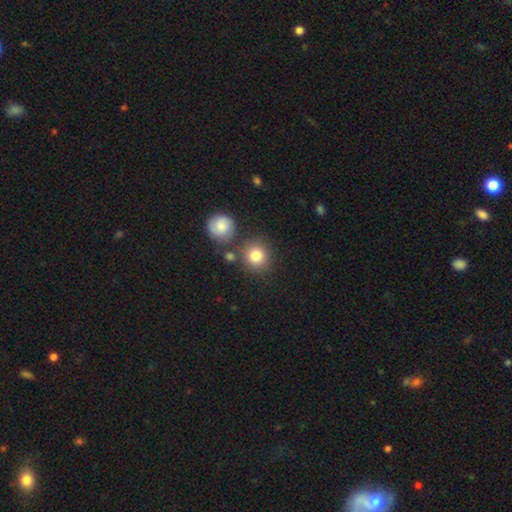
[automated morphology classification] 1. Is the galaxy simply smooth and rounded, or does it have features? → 81% smooth, 10% star or artifact, 8% featured or disk.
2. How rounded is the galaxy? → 90% round, 9% in between, 1% cigar-shaped.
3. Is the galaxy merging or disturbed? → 74% none, 13% merger, 10% minor disturbance, 4% major disturbance.